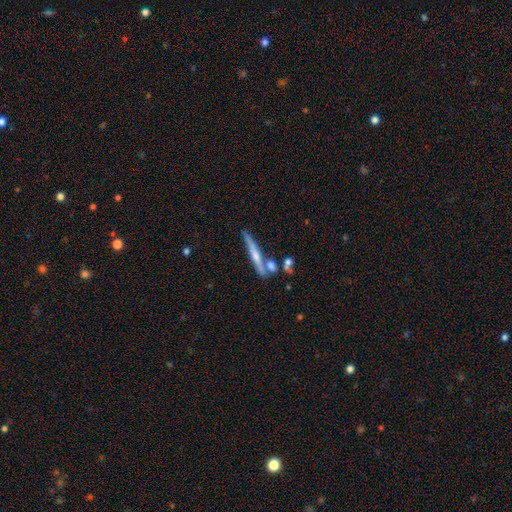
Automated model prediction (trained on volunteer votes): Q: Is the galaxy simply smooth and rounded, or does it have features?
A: featured or disk — 58%.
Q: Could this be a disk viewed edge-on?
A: yes — 92%.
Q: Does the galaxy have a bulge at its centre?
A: rounded — 60%.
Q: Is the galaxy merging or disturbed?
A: none — 63%.